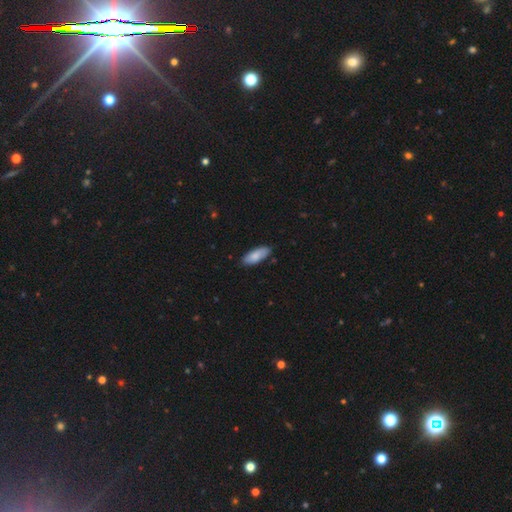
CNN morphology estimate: A smooth galaxy with no disk features (84%) that is in between round and cigar-shaped (81%).

Vote fractions:
- Smooth or featured? smooth: 84% / featured or disk: 10% / star or artifact: 6%
- How rounded? in between: 81% / cigar-shaped: 18% / round: 2%
- Merging? none: 82% / minor disturbance: 15% / major disturbance: 2% / merger: 1%